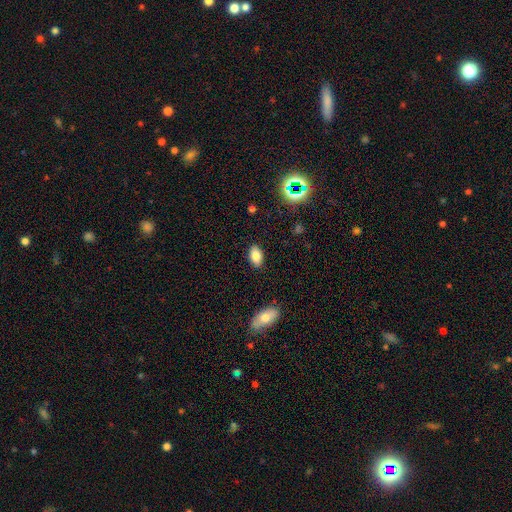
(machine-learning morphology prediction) Q: Smooth or featured?
A: smooth (84%); runner-up: star or artifact (9%)
Q: How rounded?
A: in between (92%); runner-up: round (6%)
Q: Merging?
A: none (87%); runner-up: minor disturbance (9%)